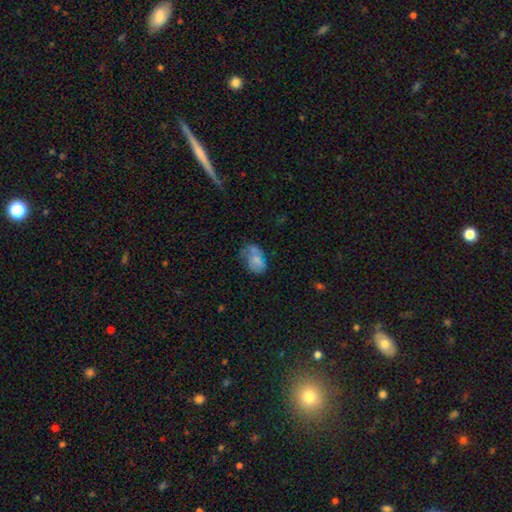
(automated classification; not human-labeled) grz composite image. It shows a smooth galaxy with no disk features (48%). Merging: none (39%).